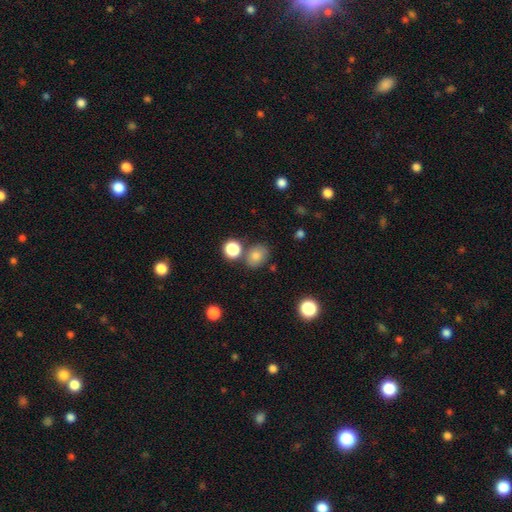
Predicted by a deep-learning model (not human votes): Morphology: type=smooth (78%); roundness=in between (56%); merging=none (72%).